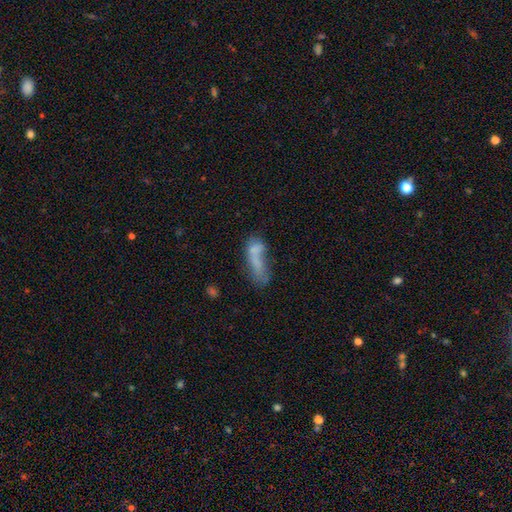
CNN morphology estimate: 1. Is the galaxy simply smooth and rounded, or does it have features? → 59% smooth, 28% featured or disk, 13% star or artifact.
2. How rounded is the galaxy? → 58% in between, 37% cigar-shaped, 5% round.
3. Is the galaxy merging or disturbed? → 34% merger, 24% none, 24% major disturbance, 17% minor disturbance.